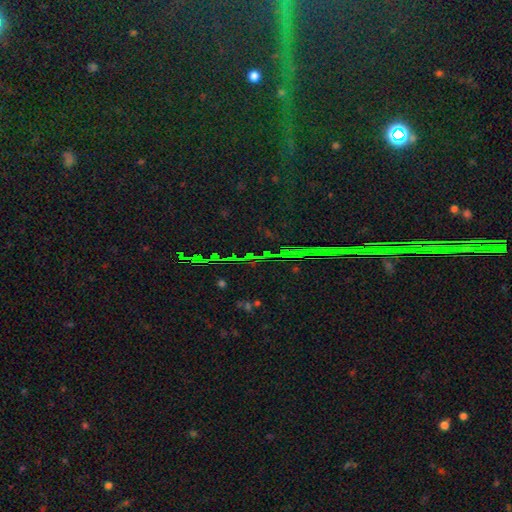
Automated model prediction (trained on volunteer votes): A star or artifact, not a galaxy (86%).

Vote fractions:
- Smooth or featured? star or artifact: 86% / featured or disk: 7% / smooth: 7%